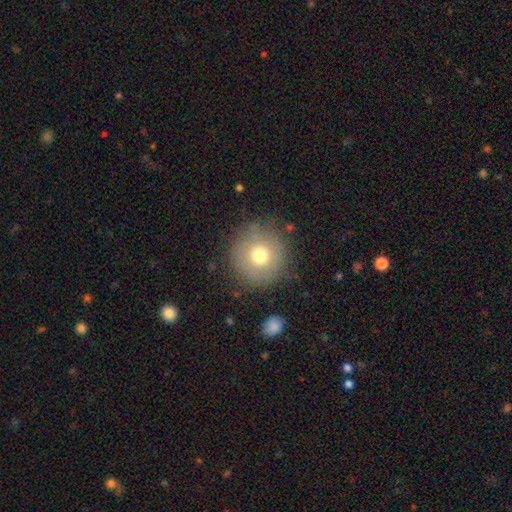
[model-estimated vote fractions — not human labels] Q: Smooth or featured?
A: smooth (45%); runner-up: featured or disk (31%)
Q: Merging?
A: none (86%); runner-up: minor disturbance (8%)